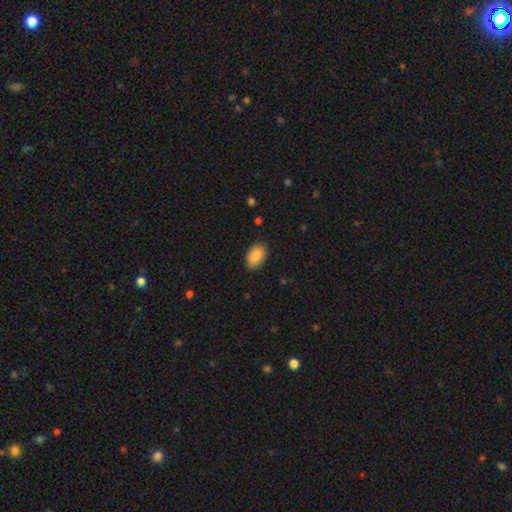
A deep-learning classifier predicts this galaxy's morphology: Smooth or featured? Predicted: smooth (p=0.88). How rounded? Predicted: in between (p=0.93). Merging? Predicted: none (p=0.87).